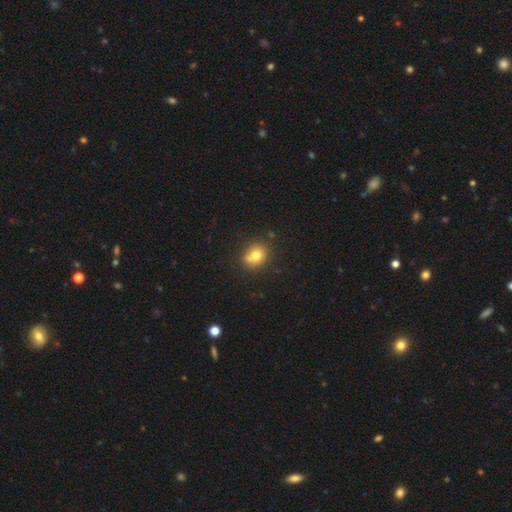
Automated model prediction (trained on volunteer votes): A smooth galaxy with no disk features (75%) that is round (68%).

Vote fractions:
- Smooth or featured? smooth: 75% / featured or disk: 13% / star or artifact: 12%
- How rounded? round: 68% / in between: 31% / cigar-shaped: 1%
- Merging? none: 62% / merger: 19% / minor disturbance: 15% / major disturbance: 4%